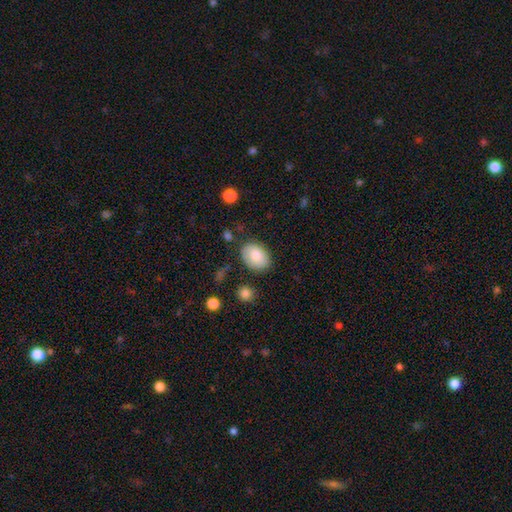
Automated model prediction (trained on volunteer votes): The model was most divided on "how rounded": in between: 78%, round: 21%, cigar-shaped: 1%. More confident: smooth or featured — smooth (83%); merging — none (79%).